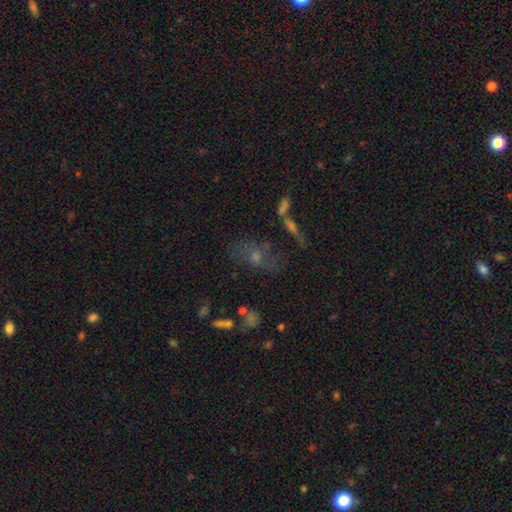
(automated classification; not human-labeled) Smooth or featured? Predicted: smooth (p=0.43). Merging? Predicted: none (p=0.52).